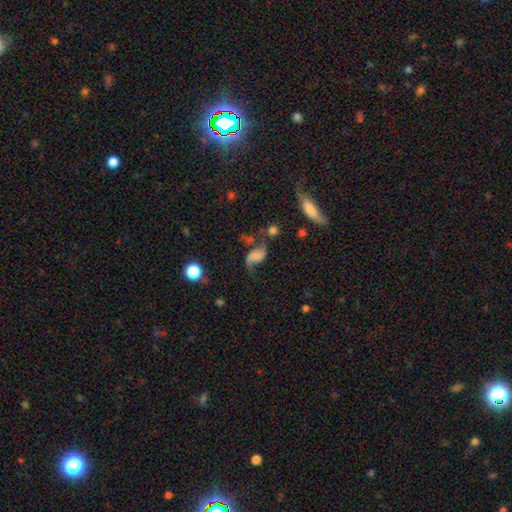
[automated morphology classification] featured or disk 56%, smooth 31%, star or artifact 14%. Down the decision tree: edge-on disk — no (96%); bar — no (65%); spiral arms — yes (86%); bulge size — none (64%); merging — none (40%).